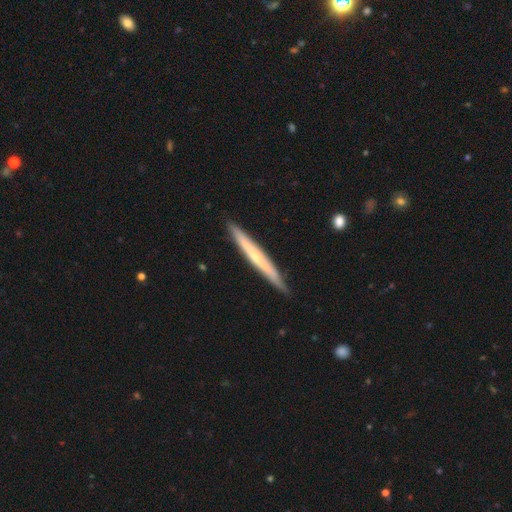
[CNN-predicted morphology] Smooth or featured? Predicted: featured or disk (p=0.53). Edge-on disk? Predicted: yes (p=0.94). Edge-on bulge? Predicted: none (p=0.57). Merging? Predicted: none (p=0.89).